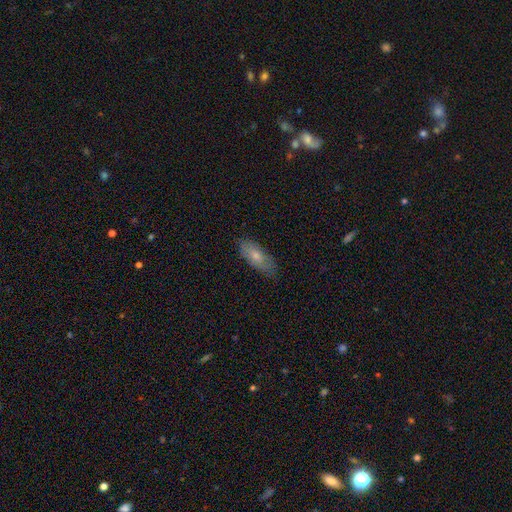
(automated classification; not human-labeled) Smooth or featured?
  - smooth: 73% *
  - featured or disk: 21%
  - star or artifact: 6%
How rounded?
  - in between: 77% *
  - cigar-shaped: 21%
  - round: 2%
Merging?
  - none: 78% *
  - minor disturbance: 17%
  - major disturbance: 3%
  - merger: 1%